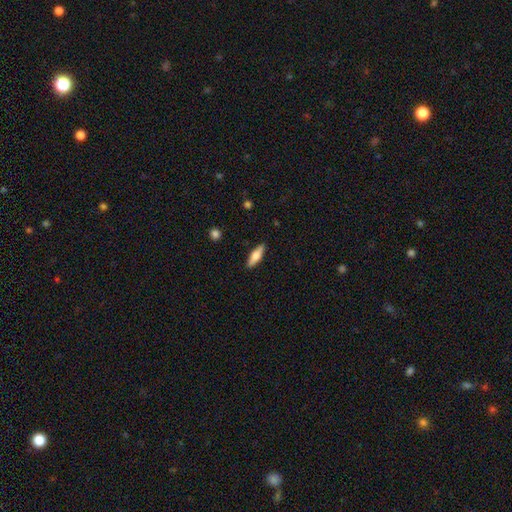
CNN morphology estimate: Smooth or featured? Predicted: smooth (p=0.64). How rounded? Predicted: cigar-shaped (p=0.52). Merging? Predicted: none (p=0.88).